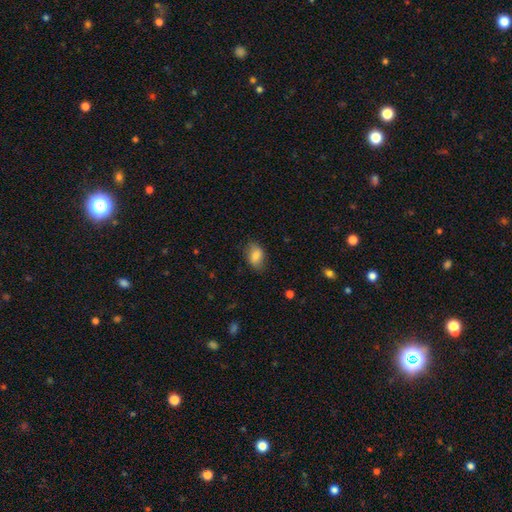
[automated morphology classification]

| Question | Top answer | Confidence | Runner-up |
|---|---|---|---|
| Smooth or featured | smooth | 79% | featured or disk (13%) |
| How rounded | in between | 86% | round (12%) |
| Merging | none | 77% | minor disturbance (18%) |